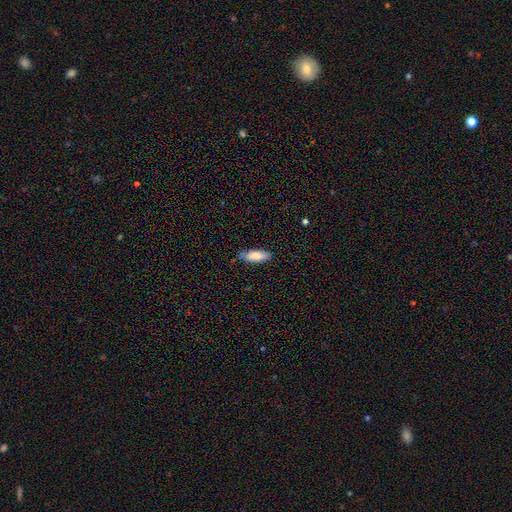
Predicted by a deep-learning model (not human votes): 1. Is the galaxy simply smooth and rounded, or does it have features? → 83% smooth, 11% featured or disk, 6% star or artifact.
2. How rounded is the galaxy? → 67% in between, 31% cigar-shaped, 2% round.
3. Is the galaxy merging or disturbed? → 76% none, 20% minor disturbance, 3% major disturbance, 2% merger.